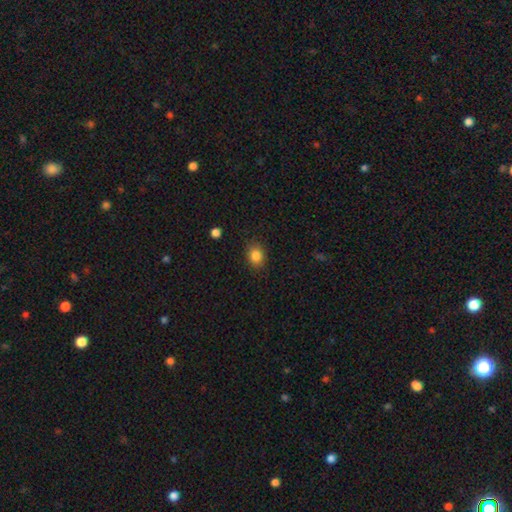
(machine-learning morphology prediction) The model was most divided on "how rounded": in between: 51%, round: 48%, cigar-shaped: 1%. More confident: merging — none (86%); smooth or featured — smooth (85%).